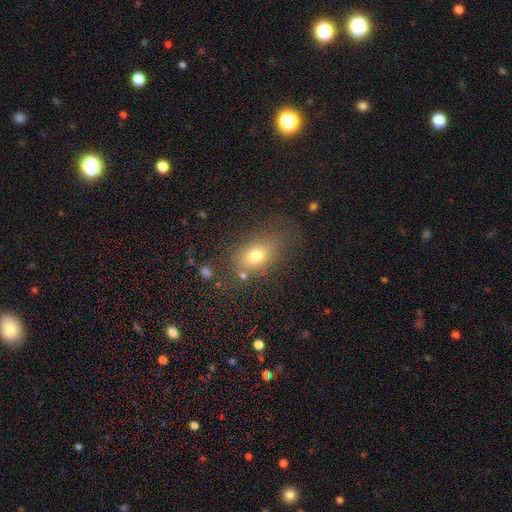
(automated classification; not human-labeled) Overall: smooth (73%). How rounded: in between (76%). Merging: none (68%).